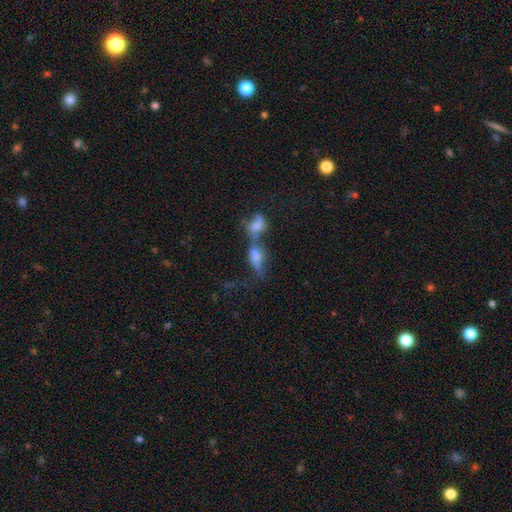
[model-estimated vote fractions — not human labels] This is possibly a smooth galaxy (48%). Merging: likely merger (65%).